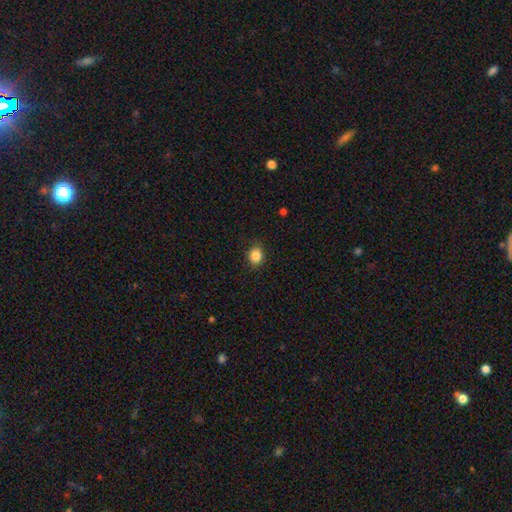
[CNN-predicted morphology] Smooth or featured? smooth (86%)
How rounded? round (57%)
Merging? none (87%)